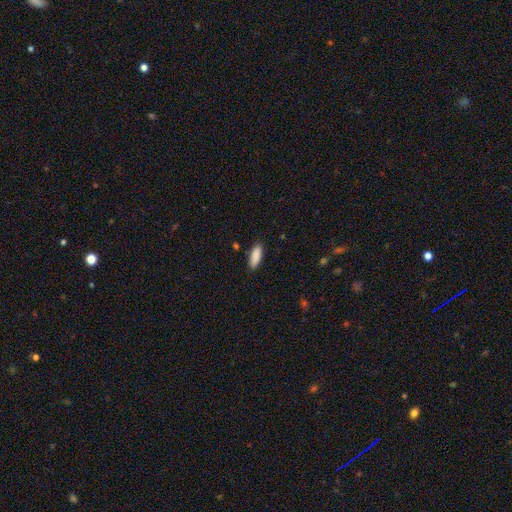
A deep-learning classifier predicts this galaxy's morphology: smooth_or_featured: smooth (p=0.89) [alt: star or artifact p=0.06]
how_rounded: in between (p=0.67) [alt: cigar-shaped p=0.31]
merging: none (p=0.86) [alt: minor disturbance p=0.11]